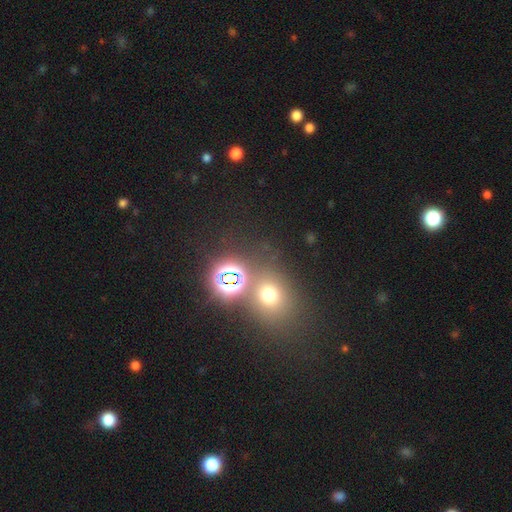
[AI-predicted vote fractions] star or artifact 47%, smooth 43%, featured or disk 10%.